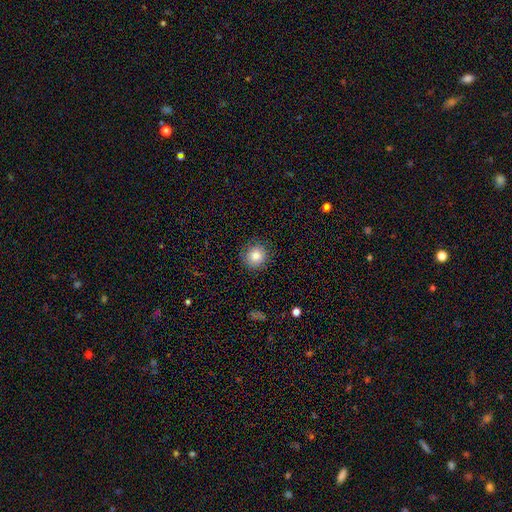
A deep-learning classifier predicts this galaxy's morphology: Overall: smooth (84%). How rounded: round (92%). Merging: none (87%).